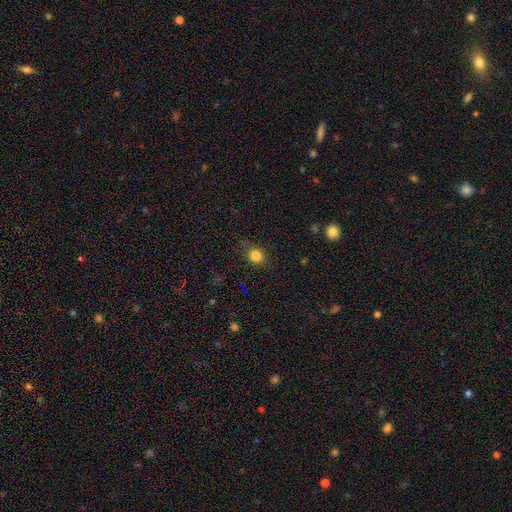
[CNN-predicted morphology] This is clearly a smooth galaxy (82%). How rounded: likely round (70%). Merging: likely none (79%).